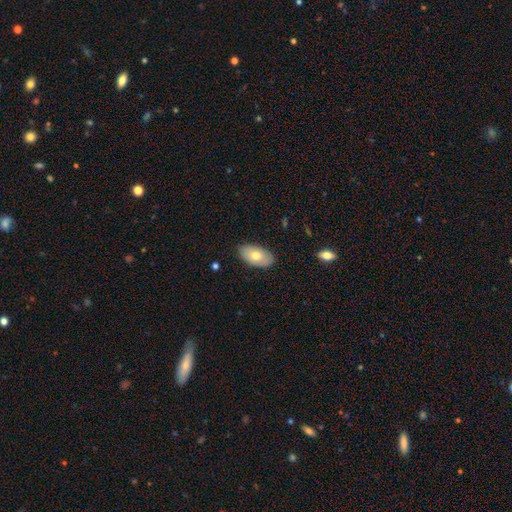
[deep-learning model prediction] Overall: smooth (68%). How rounded: in between (94%). Merging: none (85%).